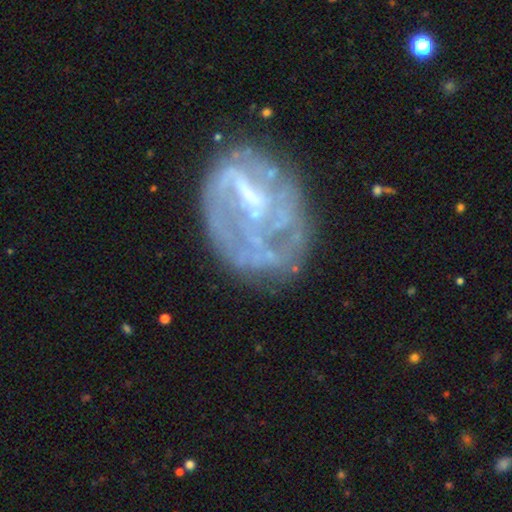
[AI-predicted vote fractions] A featured or disk galaxy (72%) with no bar (40%), no spiral arms (53%) and no central bulge (44%). Merging: none (45%).